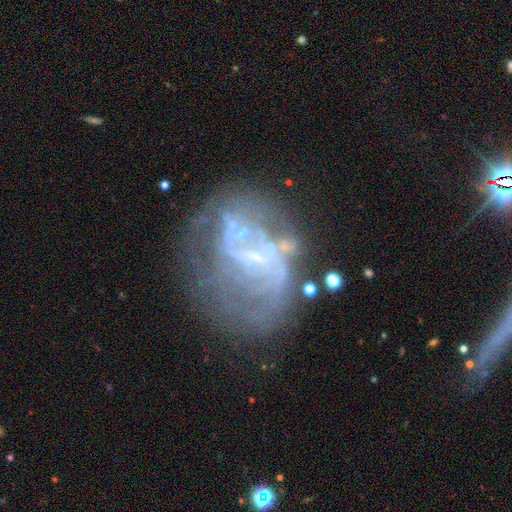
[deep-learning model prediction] Smooth or featured? Predicted: featured or disk (p=0.74). Edge-on disk? Predicted: no (p=0.98). Bar? Predicted: no (p=0.43). Spiral arms? Predicted: yes (p=0.57). Bulge size? Predicted: small (p=0.58). Merging? Predicted: none (p=0.41).